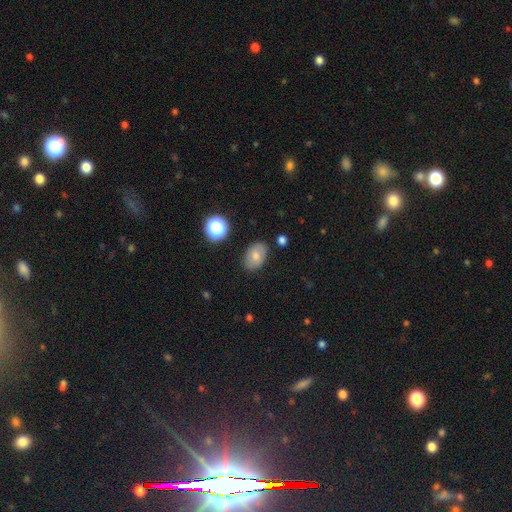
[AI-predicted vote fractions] Overall: smooth (72%). How rounded: in between (82%). Merging: none (82%).